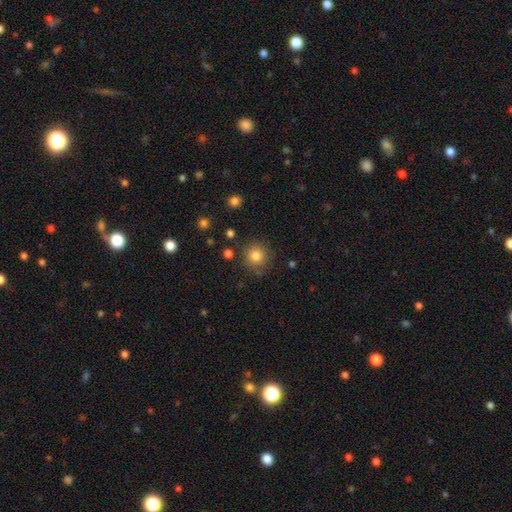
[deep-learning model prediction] smooth 83%, star or artifact 11%, featured or disk 6%. Down the decision tree: how rounded — round (93%); merging — none (85%).